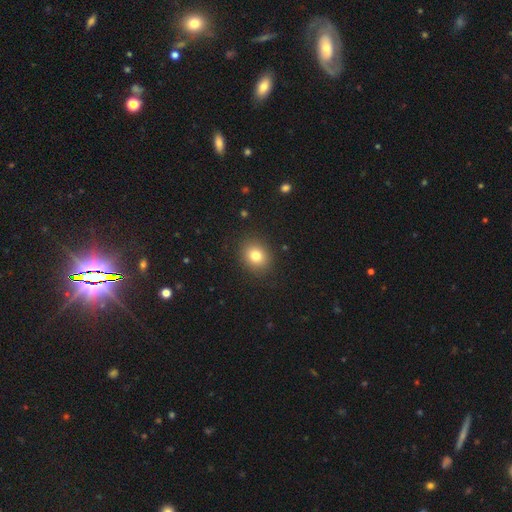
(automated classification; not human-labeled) smooth 80%, star or artifact 11%, featured or disk 9%. Down the decision tree: how rounded — round (64%); merging — none (89%).